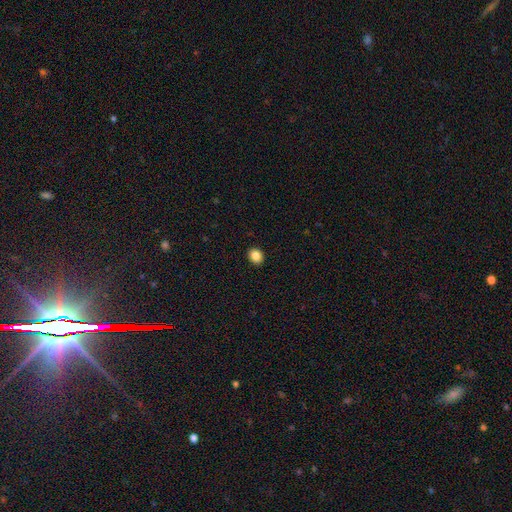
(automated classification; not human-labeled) Q: Smooth or featured?
A: smooth (86%); runner-up: star or artifact (10%)
Q: How rounded?
A: round (62%); runner-up: in between (38%)
Q: Merging?
A: none (92%); runner-up: minor disturbance (5%)